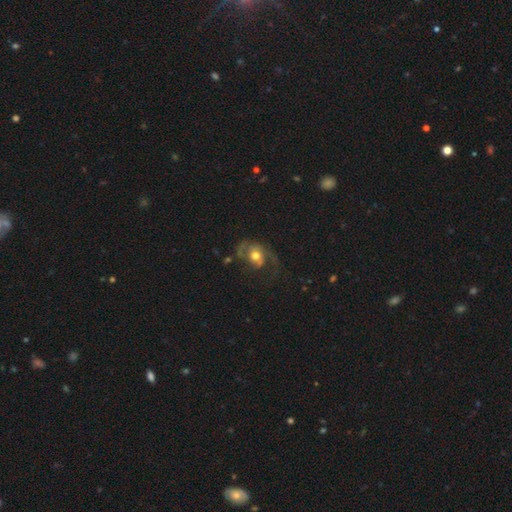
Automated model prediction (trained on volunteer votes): Q: Smooth or featured?
A: featured or disk (66%); runner-up: smooth (26%)
Q: Edge-on disk?
A: no (97%); runner-up: yes (3%)
Q: Bar?
A: no (74%); runner-up: weak (20%)
Q: Spiral arms?
A: yes (80%); runner-up: no (20%)
Q: Spiral winding?
A: loose (44%); runner-up: medium (40%)
Q: Spiral arm count?
A: 2 (54%); runner-up: 1 (33%)
Q: Bulge size?
A: moderate (70%); runner-up: large (15%)
Q: Merging?
A: none (38%); tied with: major disturbance (38%)